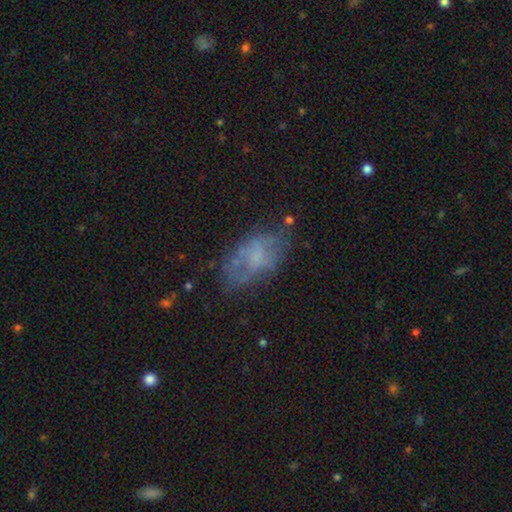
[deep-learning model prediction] Smooth or featured? Predicted: smooth (p=0.47). Merging? Predicted: none (p=0.56).